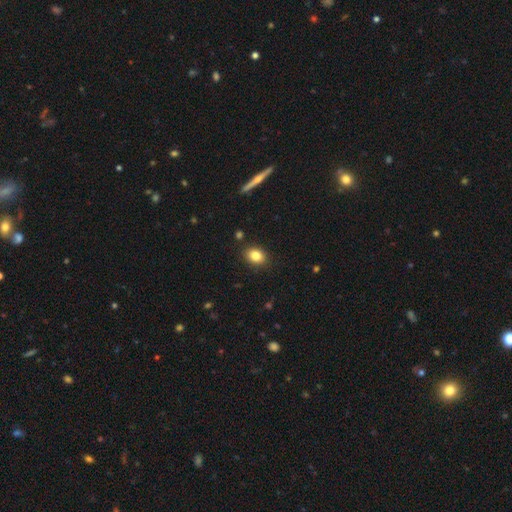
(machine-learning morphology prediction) Smooth or featured? smooth (83%)
How rounded? in between (64%)
Merging? none (88%)